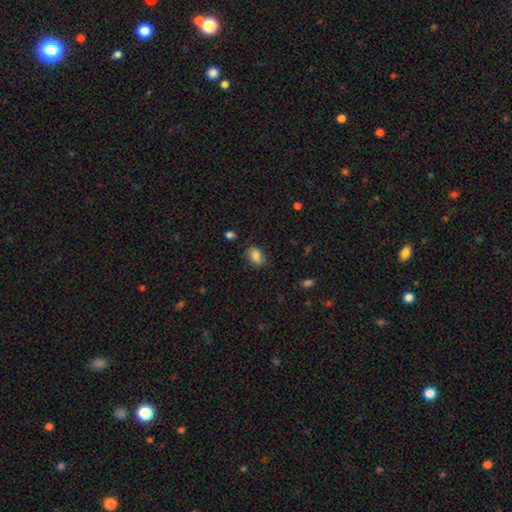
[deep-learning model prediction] smooth 84%, star or artifact 8%, featured or disk 8%. Down the decision tree: how rounded — in between (81%); merging — none (74%).